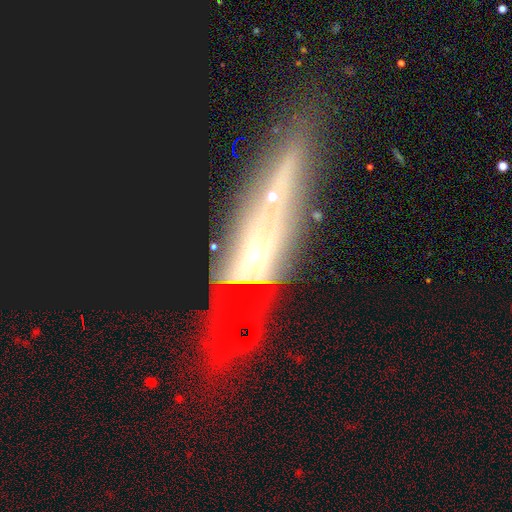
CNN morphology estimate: Smooth or featured? Predicted: featured or disk (p=0.58). Edge-on disk? Predicted: yes (p=0.61). Merging? Predicted: none (p=0.59).